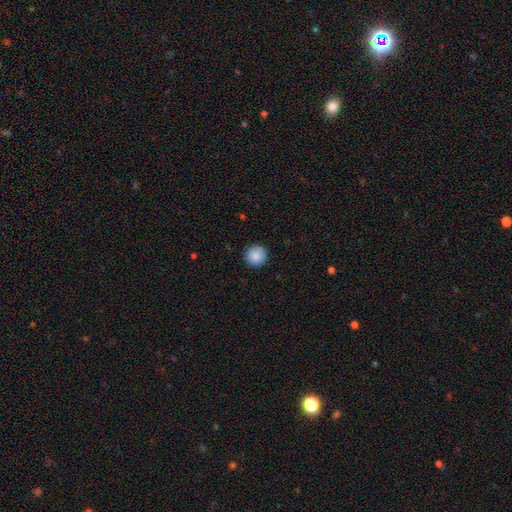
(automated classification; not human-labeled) A smooth galaxy with no disk features (88%) that is round (95%). Merging: none (91%).